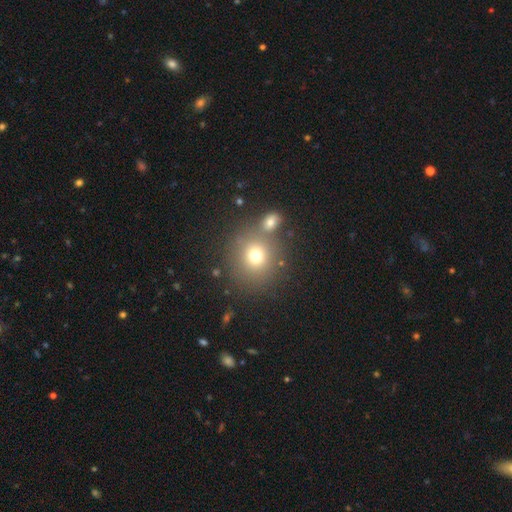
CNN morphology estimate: smooth-or-featured: smooth: 72% | star or artifact: 16% | featured or disk: 12%
  how-rounded: round: 85% | in between: 14% | cigar-shaped: 1%
  merging: none: 68% | merger: 18% | minor disturbance: 10% | major disturbance: 5%